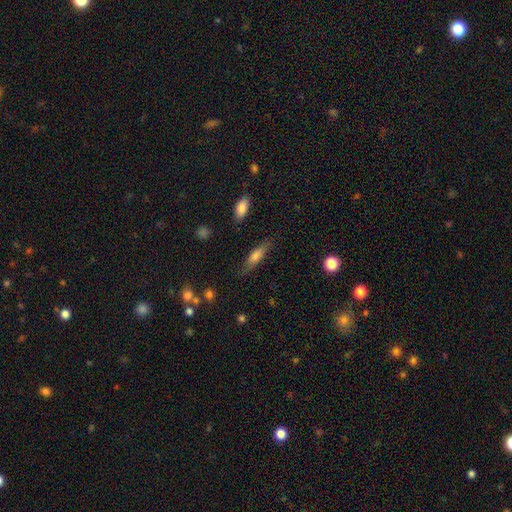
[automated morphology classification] A smooth galaxy with no disk features (65%) that is cigar-shaped (65%).

Vote fractions:
- Smooth or featured? smooth: 65% / featured or disk: 27% / star or artifact: 7%
- How rounded? cigar-shaped: 65% / in between: 32% / round: 3%
- Merging? none: 80% / minor disturbance: 14% / major disturbance: 4% / merger: 2%